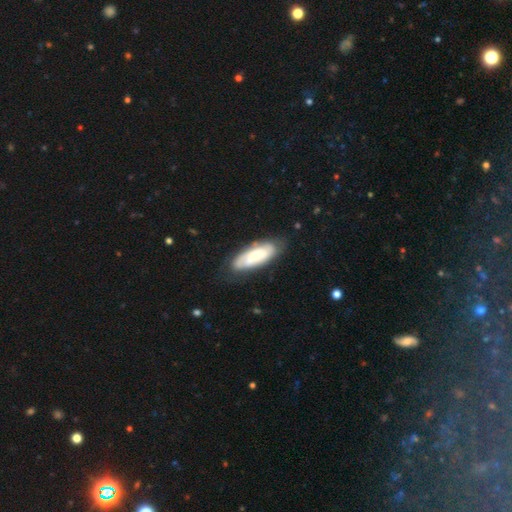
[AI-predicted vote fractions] smooth_or_featured: featured or disk (p=0.54) [alt: smooth p=0.40]
disk_edge_on: no (p=0.86) [alt: yes p=0.14]
merging: none (p=0.73) [alt: minor disturbance p=0.19]